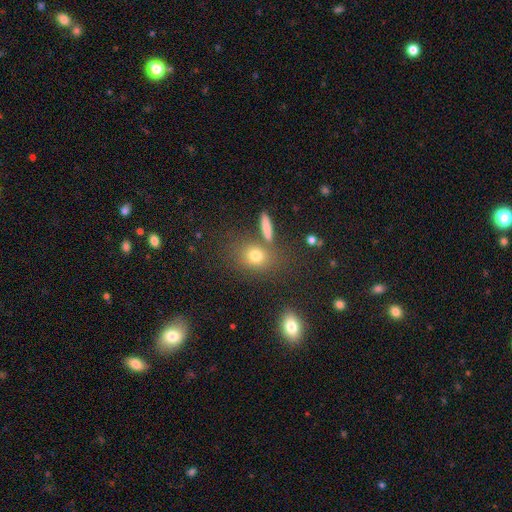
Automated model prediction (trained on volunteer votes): A smooth galaxy with no disk features (74%) that is round (53%). Merging: none (71%).